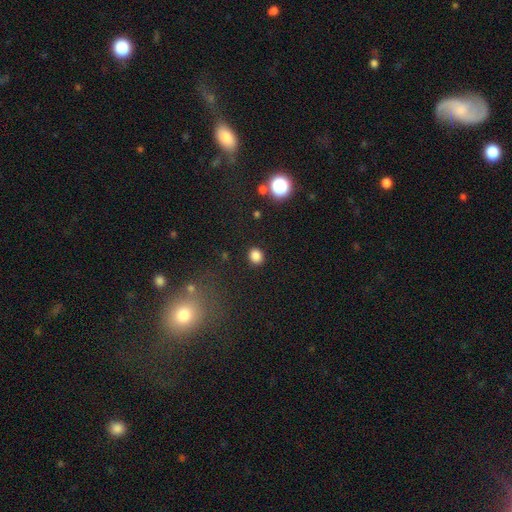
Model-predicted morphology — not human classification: Smooth or featured? smooth (84%)
How rounded? round (66%)
Merging? none (89%)